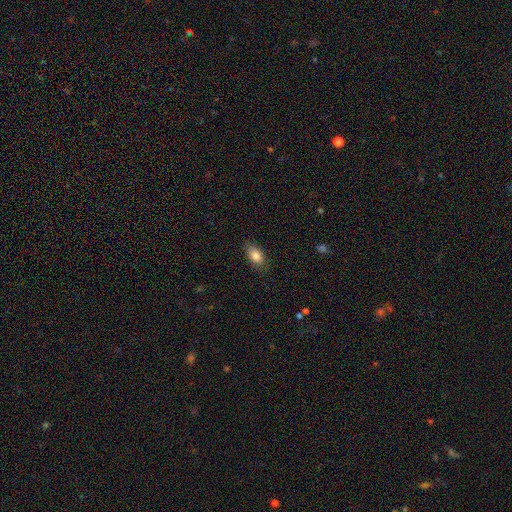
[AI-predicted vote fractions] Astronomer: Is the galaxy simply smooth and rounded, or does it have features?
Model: smooth — 84%.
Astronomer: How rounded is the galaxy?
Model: in between — 90%.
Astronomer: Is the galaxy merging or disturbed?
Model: none — 81%.